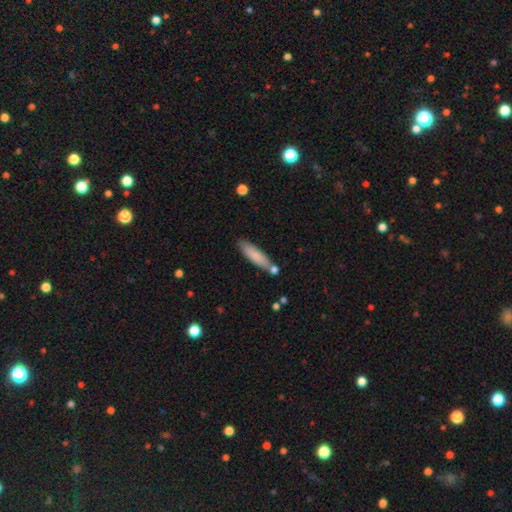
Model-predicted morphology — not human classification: smooth-or-featured: smooth: 82% | featured or disk: 12% | star or artifact: 6%
  how-rounded: cigar-shaped: 70% | in between: 29% | round: 1%
  merging: none: 74% | minor disturbance: 13% | merger: 9% | major disturbance: 3%